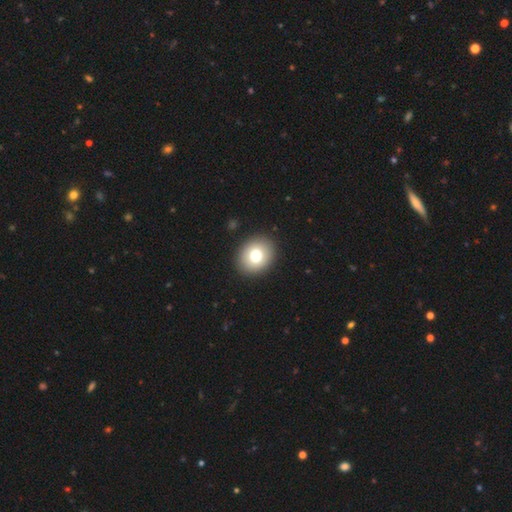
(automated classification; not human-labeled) Q: Smooth or featured?
A: smooth (78%); runner-up: featured or disk (13%)
Q: How rounded?
A: round (60%); runner-up: in between (40%)
Q: Merging?
A: none (91%); runner-up: minor disturbance (6%)